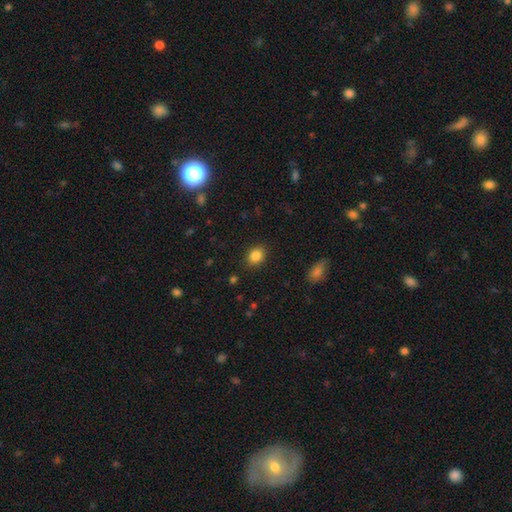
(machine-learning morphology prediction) smooth 85%, star or artifact 10%, featured or disk 5%. Down the decision tree: how rounded — in between (54%); merging — none (87%).